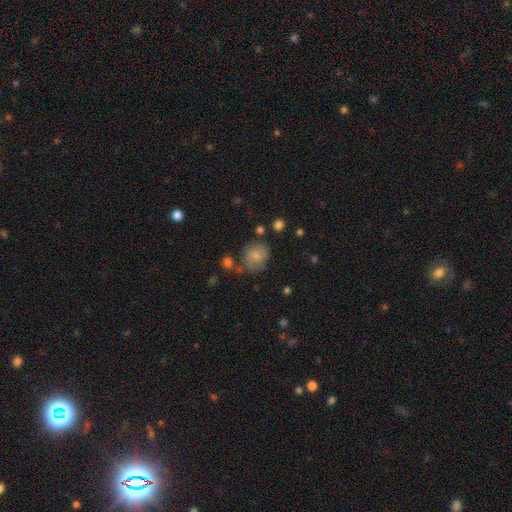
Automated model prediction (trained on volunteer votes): Overall: smooth (67%). How rounded: round (73%). Merging: none (62%; minor disturbance 23%).